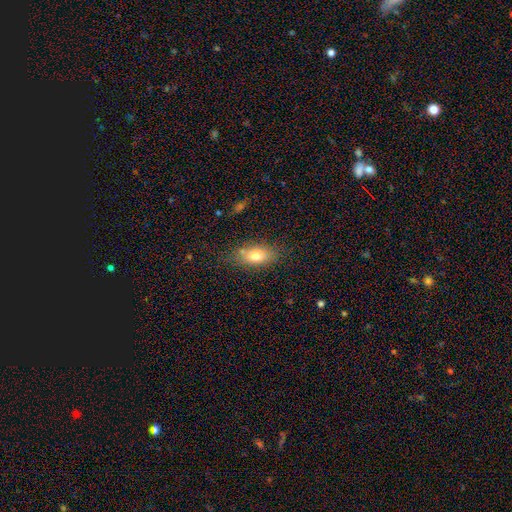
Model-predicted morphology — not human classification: smooth 75%, featured or disk 16%, star or artifact 9%. Down the decision tree: how rounded — in between (83%); merging — none (72%).